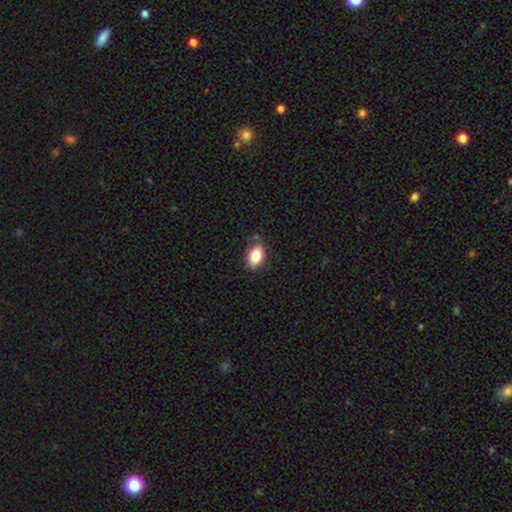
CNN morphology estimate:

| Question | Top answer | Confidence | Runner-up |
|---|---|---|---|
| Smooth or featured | smooth | 82% | featured or disk (10%) |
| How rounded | in between | 87% | round (11%) |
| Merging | none | 72% | minor disturbance (21%) |